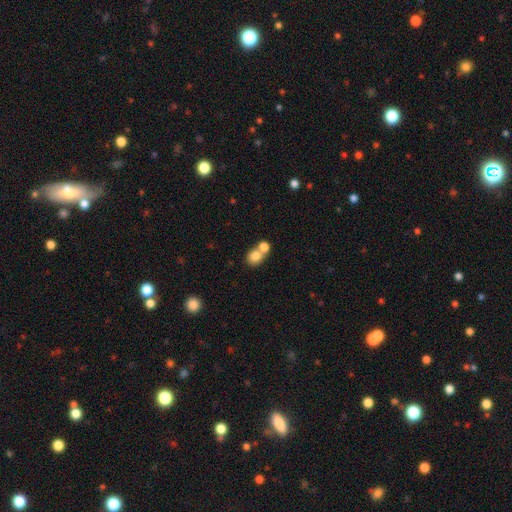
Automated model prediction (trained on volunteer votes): The model was most divided on "merging": merger: 52%, none: 37%, minor disturbance: 7%, major disturbance: 3%. More confident: smooth or featured — smooth (80%); how rounded — round (64%).